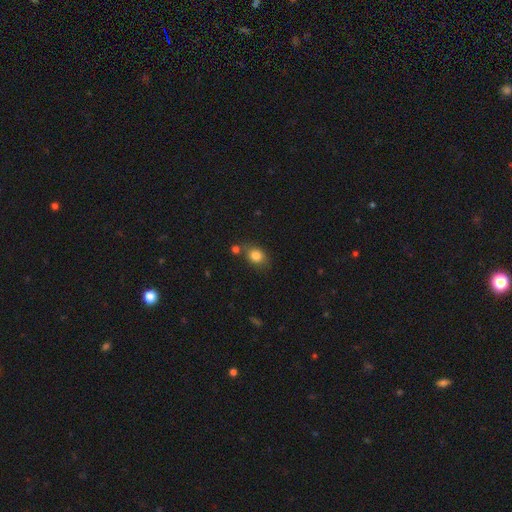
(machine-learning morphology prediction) type=smooth (82%); roundness=round (50%); merging=none (66%).